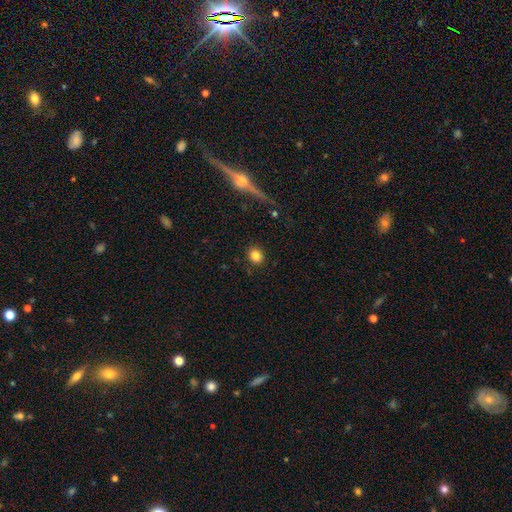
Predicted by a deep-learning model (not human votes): Q: Smooth or featured?
A: smooth (83%); runner-up: star or artifact (11%)
Q: How rounded?
A: round (80%); runner-up: in between (18%)
Q: Merging?
A: none (89%); runner-up: minor disturbance (7%)